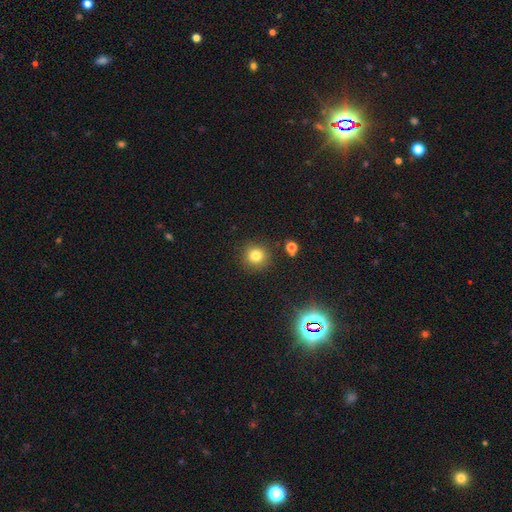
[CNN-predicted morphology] Smooth or featured: smooth — 79% (star or artifact — 15%)
How rounded: round — 92% (in between — 7%)
Merging: none — 87% (minor disturbance — 8%)